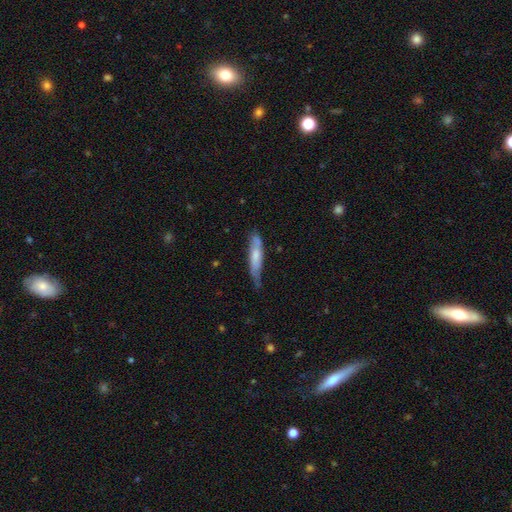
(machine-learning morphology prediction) Q: Smooth or featured?
A: smooth (57%); runner-up: featured or disk (37%)
Q: How rounded?
A: cigar-shaped (80%); runner-up: in between (19%)
Q: Merging?
A: none (53%); runner-up: minor disturbance (35%)